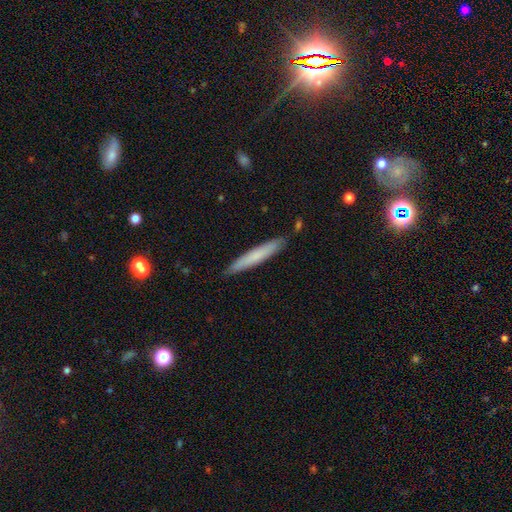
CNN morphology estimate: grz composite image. It shows a smooth galaxy with no disk features (70%) that is cigar-shaped (95%). Merging: none (88%).